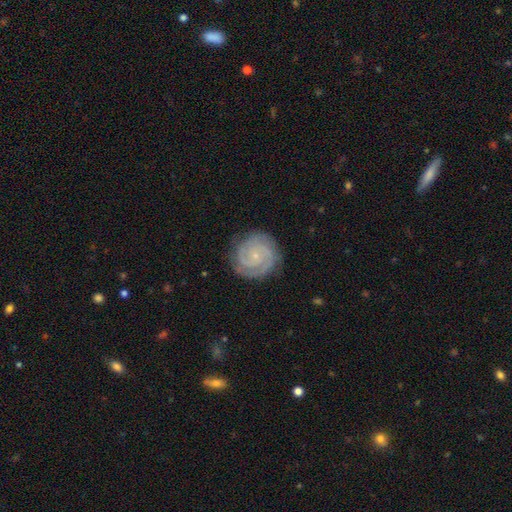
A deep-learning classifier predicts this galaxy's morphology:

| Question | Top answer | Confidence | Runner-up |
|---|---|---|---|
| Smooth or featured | featured or disk | 87% | smooth (8%) |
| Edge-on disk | no | 98% | yes (2%) |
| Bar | no | 75% | weak (21%) |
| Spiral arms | yes | 98% | no (2%) |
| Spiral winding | tight | 78% | medium (19%) |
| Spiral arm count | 2 | 40% | 3 (29%) |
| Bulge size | small | 85% | moderate (9%) |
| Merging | none | 84% | minor disturbance (12%) |